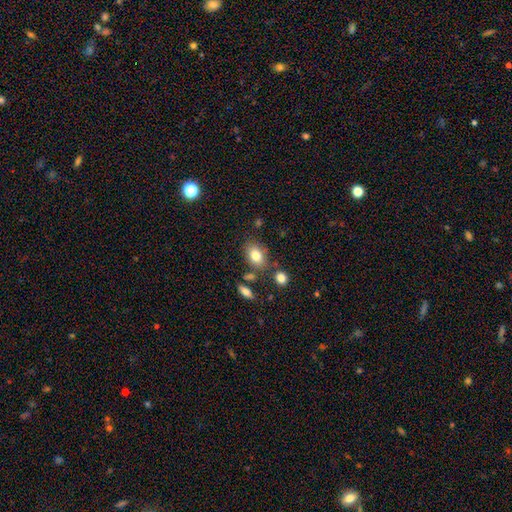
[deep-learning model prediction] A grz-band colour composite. It shows a smooth galaxy with no disk features (79%) that is in between round and cigar-shaped (78%). Merging: none (71%).